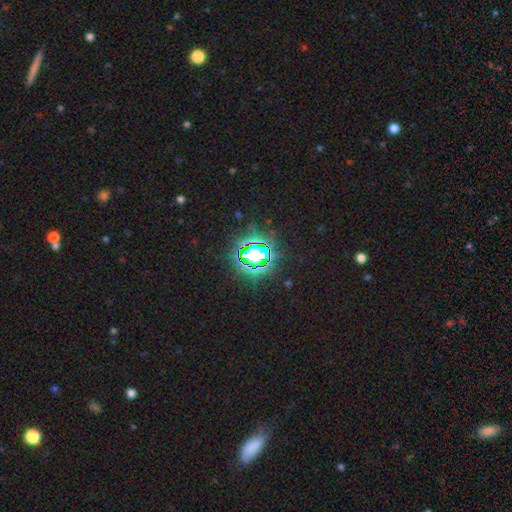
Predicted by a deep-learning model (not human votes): This is likely a star or artifact rather than a galaxy (78%).